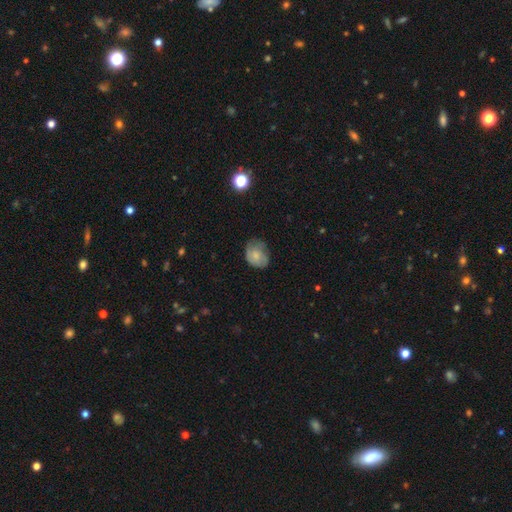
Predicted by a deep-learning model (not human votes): A smooth galaxy with no disk features (66%) that is round (51%).

Vote fractions:
- Smooth or featured? smooth: 66% / featured or disk: 26% / star or artifact: 8%
- How rounded? round: 51% / in between: 48% / cigar-shaped: 1%
- Merging? none: 58% / minor disturbance: 31% / major disturbance: 10% / merger: 1%